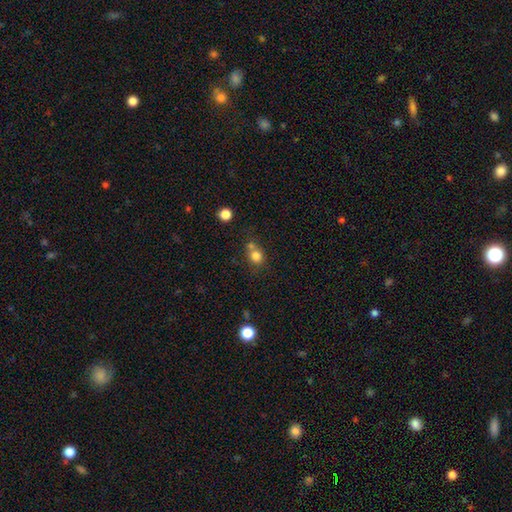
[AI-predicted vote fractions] This is likely a smooth galaxy (79%). How rounded: likely round (79%). Merging: possibly none (48%).